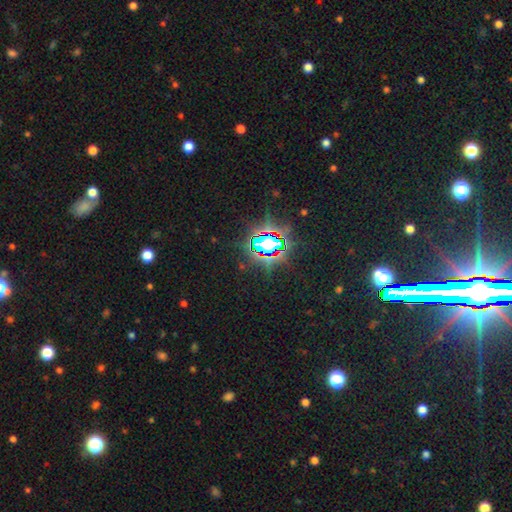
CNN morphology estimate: Q: Smooth or featured?
A: star or artifact (81%); runner-up: smooth (12%)